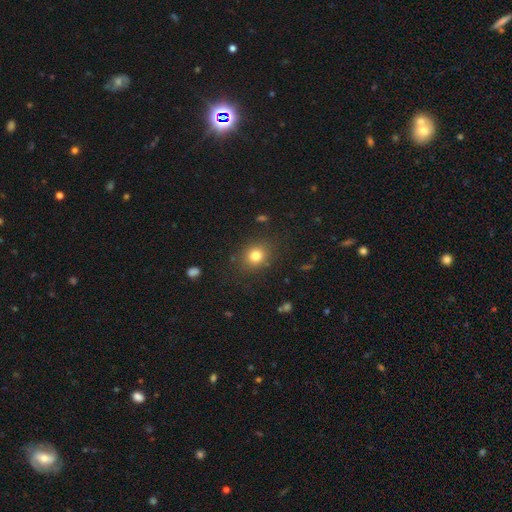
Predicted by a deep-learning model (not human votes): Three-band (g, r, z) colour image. It shows a smooth galaxy with no disk features (80%) that is round (69%). Merging: none (85%).